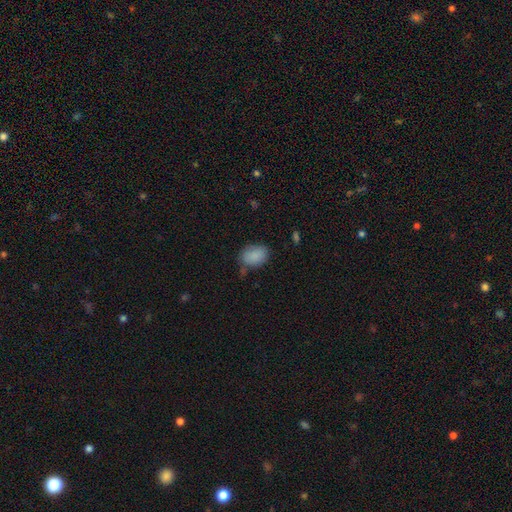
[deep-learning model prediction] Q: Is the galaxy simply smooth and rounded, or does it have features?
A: smooth — 87%.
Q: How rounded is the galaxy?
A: in between — 76%.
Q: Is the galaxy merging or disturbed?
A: none — 67%.